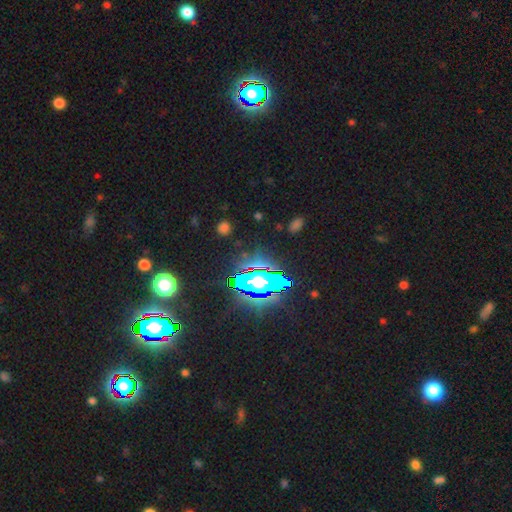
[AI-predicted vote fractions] A star or artifact, not a galaxy (84%).